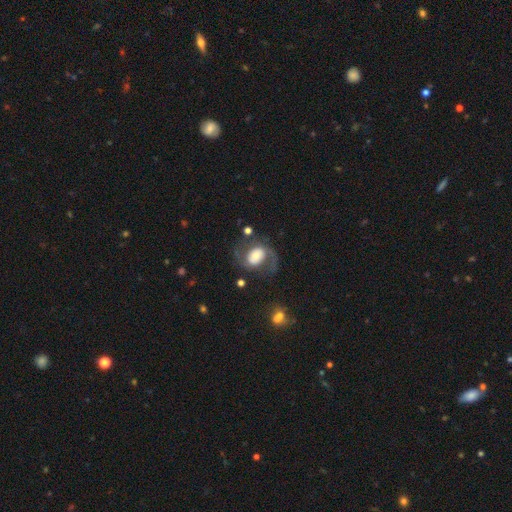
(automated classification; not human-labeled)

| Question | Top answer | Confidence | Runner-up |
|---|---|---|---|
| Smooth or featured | featured or disk | 65% | smooth (28%) |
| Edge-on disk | no | 97% | yes (3%) |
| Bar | no | 53% | weak (32%) |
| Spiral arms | yes | 86% | no (14%) |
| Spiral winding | medium | 46% | loose (38%) |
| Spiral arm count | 2 | 81% | 1 (11%) |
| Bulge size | moderate | 39% | large (26%) |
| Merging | none | 55% | major disturbance (23%) |